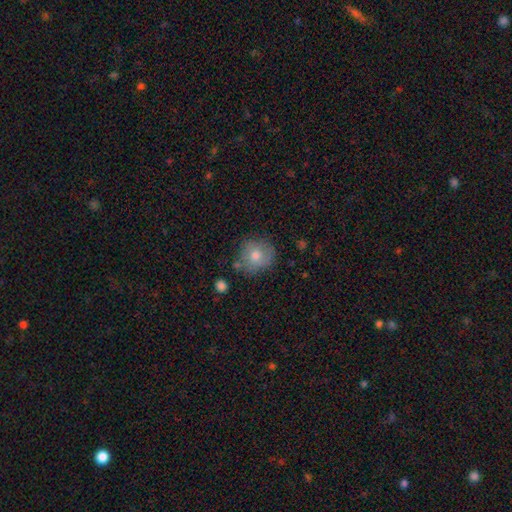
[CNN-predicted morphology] Smooth or featured? smooth (70%)
How rounded? round (85%)
Merging? none (70%)